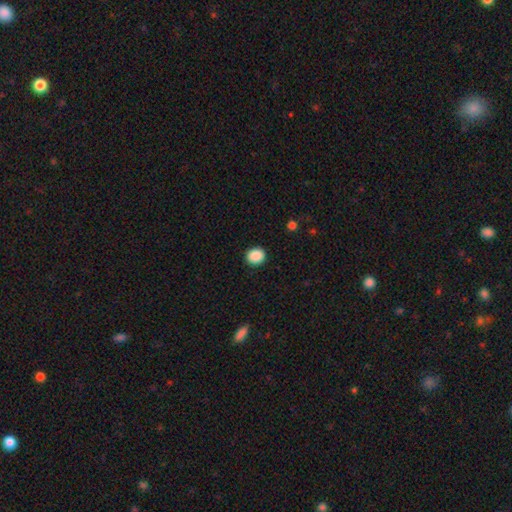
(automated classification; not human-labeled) Morphology: type=smooth (89%); roundness=round (77%); merging=none (91%).